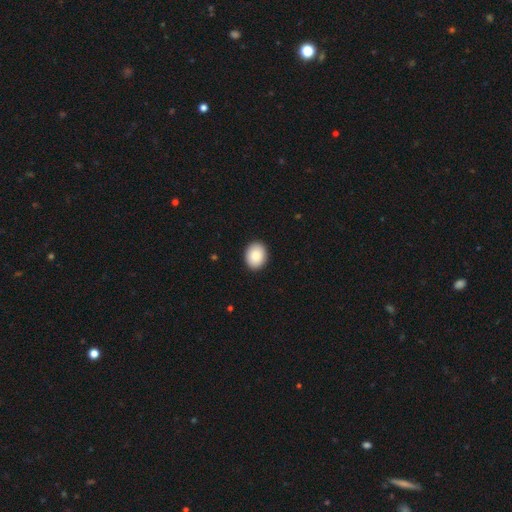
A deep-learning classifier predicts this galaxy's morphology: type=smooth (87%); roundness=in between (63%); merging=none (91%).